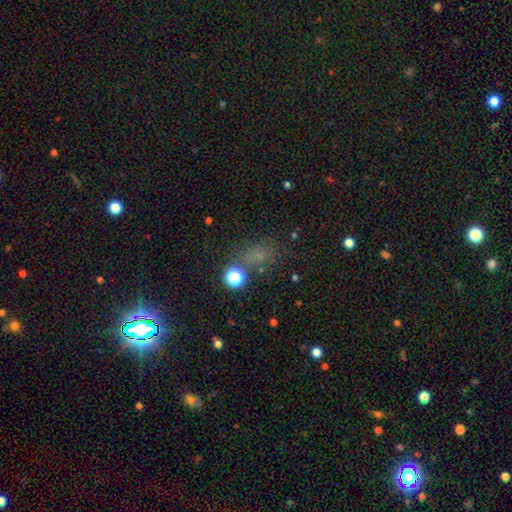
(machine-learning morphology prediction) The model was most divided on "smooth or featured": smooth: 48%, star or artifact: 42%, featured or disk: 10%. More confident: merging — none (66%).